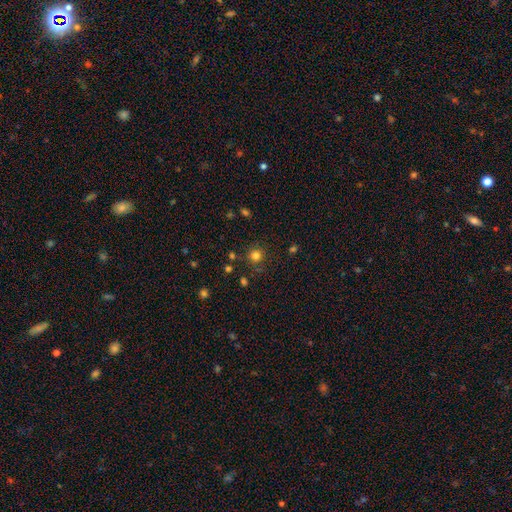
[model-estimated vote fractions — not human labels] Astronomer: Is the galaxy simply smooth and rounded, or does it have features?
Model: smooth — 79%.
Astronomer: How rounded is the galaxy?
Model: round — 93%.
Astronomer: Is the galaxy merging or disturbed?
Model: none — 84%.